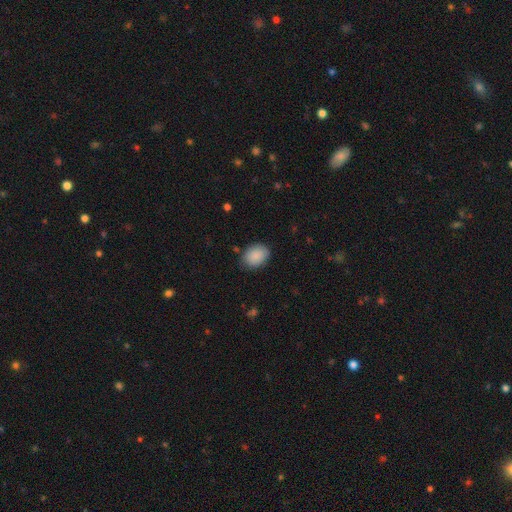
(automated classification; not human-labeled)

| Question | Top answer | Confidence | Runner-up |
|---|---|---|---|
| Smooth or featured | smooth | 89% | star or artifact (7%) |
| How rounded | in between | 68% | round (31%) |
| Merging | none | 81% | minor disturbance (15%) |